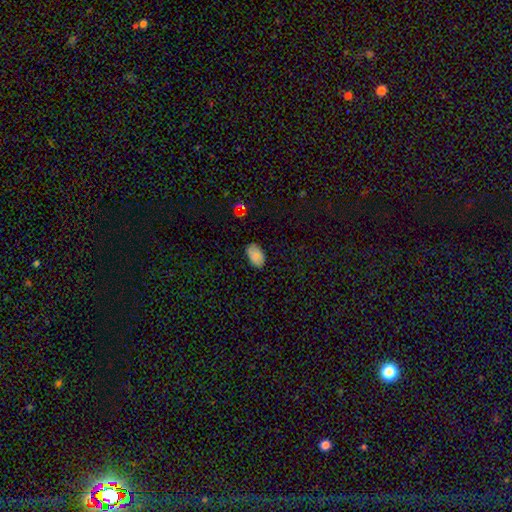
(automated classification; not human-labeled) Morphology: type=smooth (86%); roundness=in between (93%); merging=none (83%).